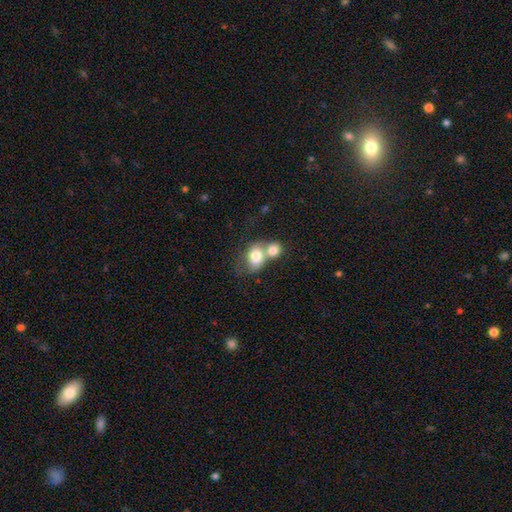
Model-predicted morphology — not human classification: This appears to be a smooth galaxy with no disk features (76%) that is in between round and cigar-shaped (56%). Merging: merger (70%).